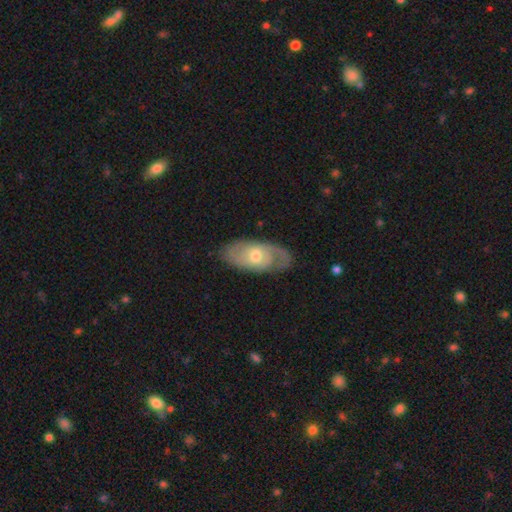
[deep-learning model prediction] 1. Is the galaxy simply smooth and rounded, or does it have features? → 73% featured or disk, 22% smooth, 5% star or artifact.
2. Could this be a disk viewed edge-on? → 91% no, 9% yes.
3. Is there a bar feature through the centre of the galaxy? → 67% no, 28% weak, 4% strong.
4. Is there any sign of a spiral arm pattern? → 85% yes, 15% no.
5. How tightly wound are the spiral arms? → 53% tight, 34% medium, 13% loose.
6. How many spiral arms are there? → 52% 2, 24% can't tell, 16% 1, 5% 3, 2% 4, 2% more than 4.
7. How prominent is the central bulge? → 66% moderate, 29% small, 4% large, 1% none, 1% dominant.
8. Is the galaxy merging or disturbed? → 75% none, 18% minor disturbance, 6% major disturbance, 1% merger.